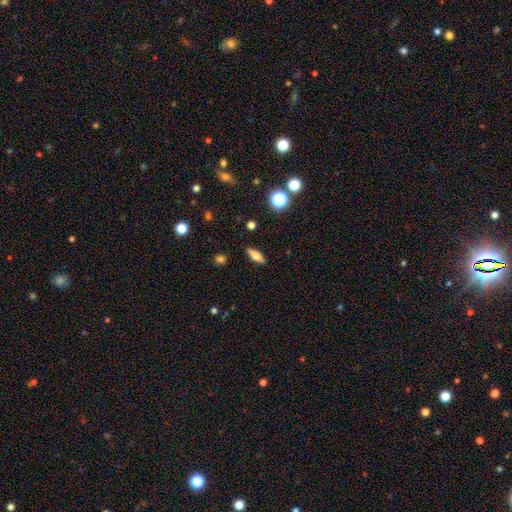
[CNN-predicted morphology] type=smooth (58%); roundness=in between (58%); merging=none (88%).